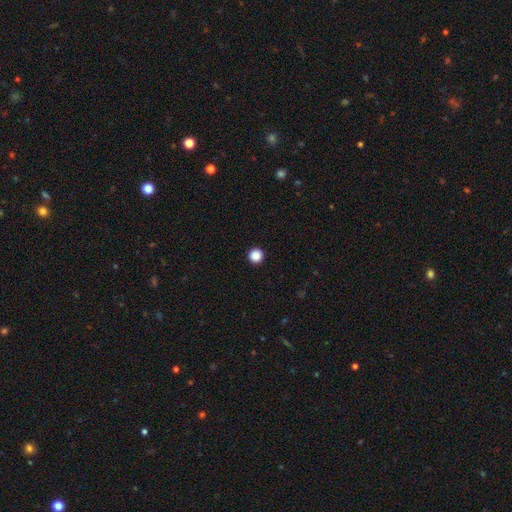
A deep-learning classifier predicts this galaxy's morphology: The model was most divided on "smooth or featured": smooth: 88%, star or artifact: 10%, featured or disk: 2%. More confident: how rounded — round (97%); merging — none (94%).